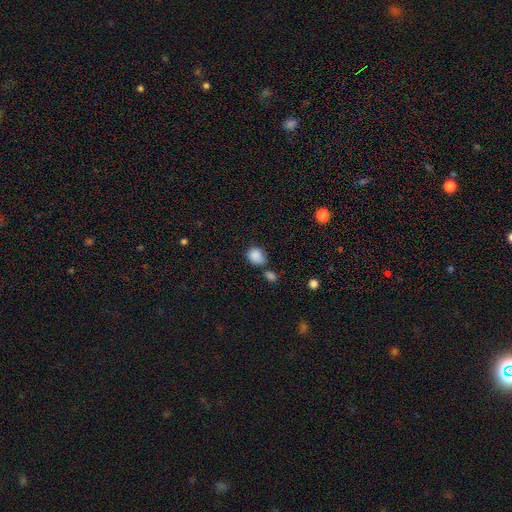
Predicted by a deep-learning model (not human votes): Overall: smooth (86%). How rounded: round (58%; in between 41%). Merging: none (51%; merger 21%).